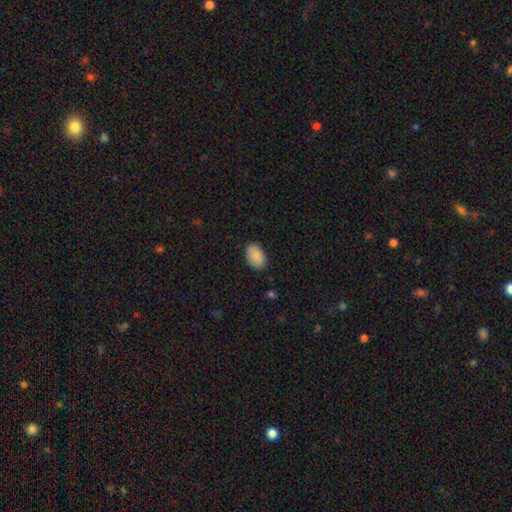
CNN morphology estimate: Smooth or featured? Predicted: smooth (p=0.88). How rounded? Predicted: in between (p=0.90). Merging? Predicted: none (p=0.86).